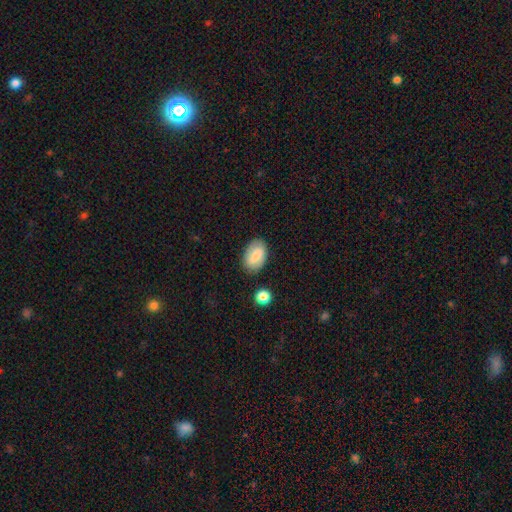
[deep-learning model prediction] This is likely a smooth galaxy (73%). How rounded: clearly in between (91%). Merging: clearly none (80%).